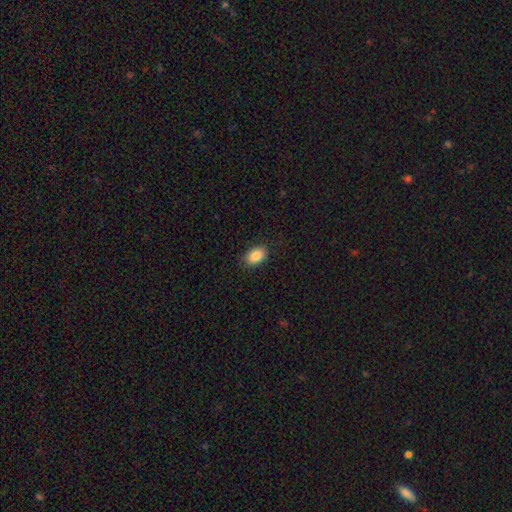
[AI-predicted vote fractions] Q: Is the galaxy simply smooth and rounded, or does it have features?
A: smooth — 86%.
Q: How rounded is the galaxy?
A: in between — 86%.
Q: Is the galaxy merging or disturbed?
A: none — 86%.